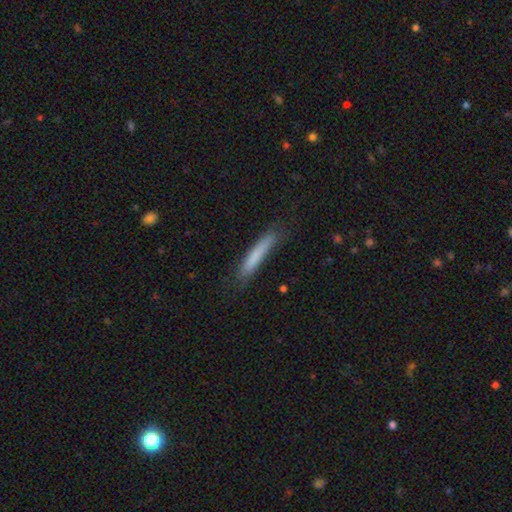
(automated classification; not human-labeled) Smooth or featured? Predicted: smooth (p=0.76). How rounded? Predicted: cigar-shaped (p=0.94). Merging? Predicted: none (p=0.77).